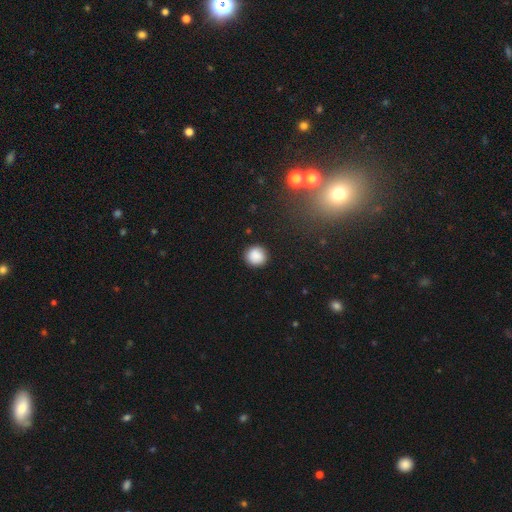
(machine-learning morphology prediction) A smooth galaxy with no disk features (88%) that is round (92%).

Vote fractions:
- Smooth or featured? smooth: 88% / star or artifact: 9% / featured or disk: 4%
- How rounded? round: 92% / in between: 7% / cigar-shaped: 1%
- Merging? none: 91% / minor disturbance: 6% / major disturbance: 2% / merger: 1%